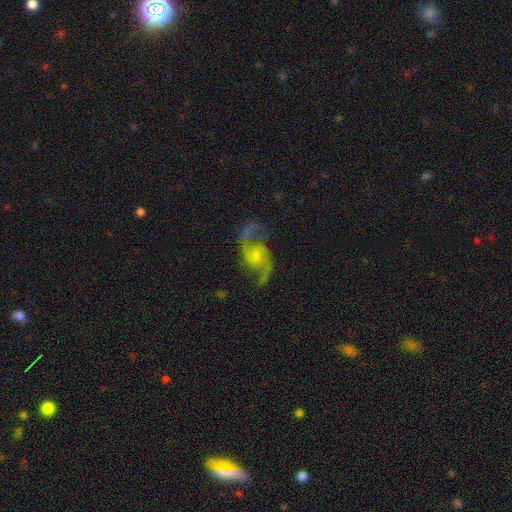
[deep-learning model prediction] This appears to be a featured or disk galaxy (88%) with no bar (52%), 2 (93%) loose (56%) spiral arms (97%) and a small central bulge (46%). Merging: none (70%).